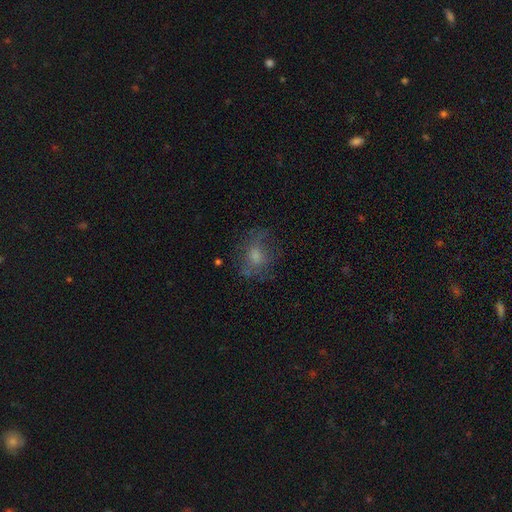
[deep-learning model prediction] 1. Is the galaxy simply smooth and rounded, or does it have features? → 48% smooth, 34% featured or disk, 18% star or artifact.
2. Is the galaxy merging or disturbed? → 64% none, 19% minor disturbance, 15% major disturbance, 2% merger.